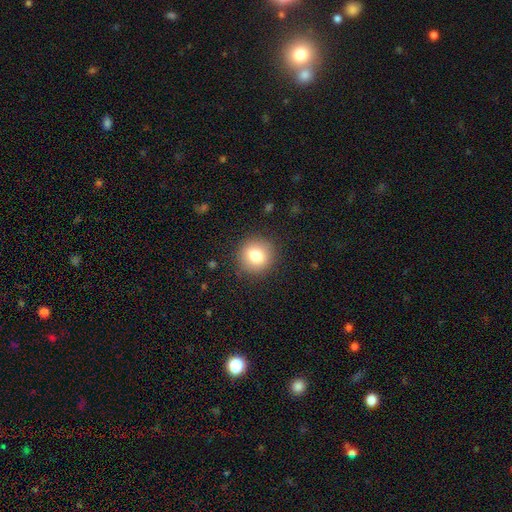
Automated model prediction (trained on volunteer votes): Smooth or featured? Predicted: smooth (p=0.80). How rounded? Predicted: round (p=0.89). Merging? Predicted: none (p=0.89).